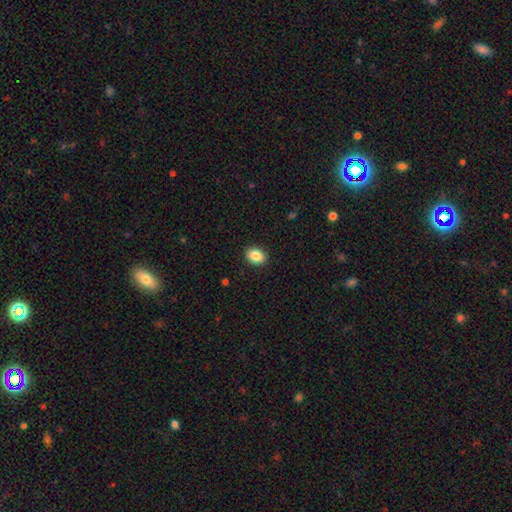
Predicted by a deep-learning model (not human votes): Morphology: type=smooth (87%); roundness=in between (70%); merging=none (91%).